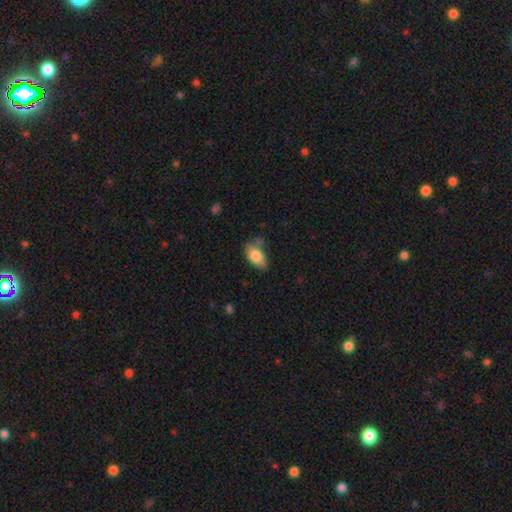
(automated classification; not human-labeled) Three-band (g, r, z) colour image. It shows a smooth galaxy with no disk features (82%) that is in between round and cigar-shaped (91%). Merging: none (57%).